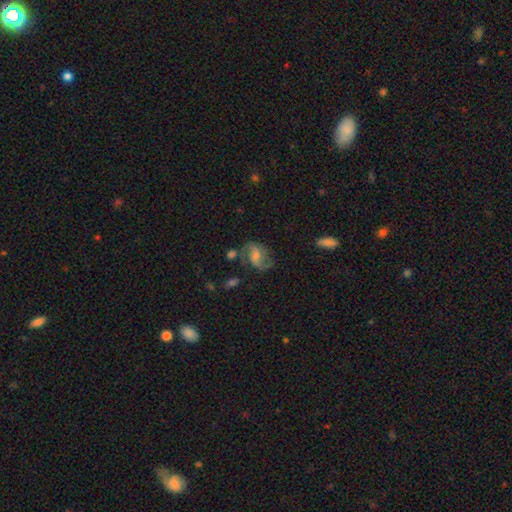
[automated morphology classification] Overall: featured or disk (70%). Edge-on disk: no (97%). Bar: weak (45%; no 37%). Spiral arms: yes (91%). Spiral arm count: 2 (87%). Spiral winding: loose (50%; medium 39%). Bulge size: small (49%; moderate 38%). Merging: none (60%; minor disturbance 21%).